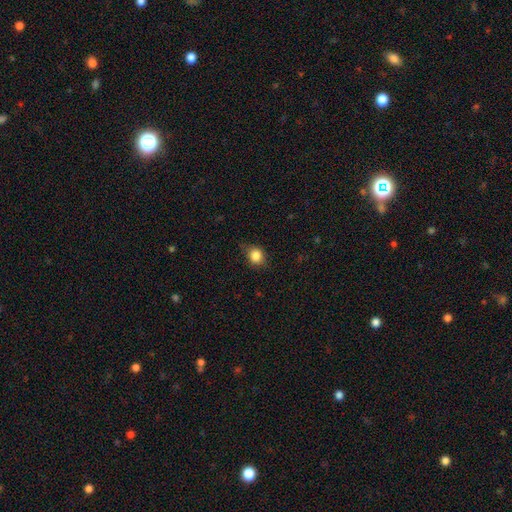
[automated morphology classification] smooth_or_featured: smooth (p=0.83) [alt: star or artifact p=0.10]
how_rounded: round (p=0.68) [alt: in between p=0.31]
merging: none (p=0.73) [alt: minor disturbance p=0.21]